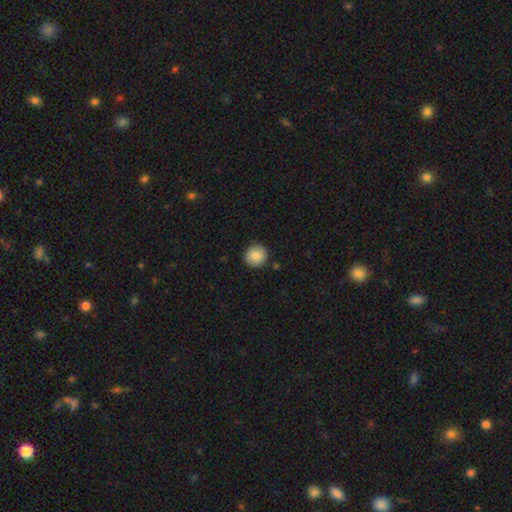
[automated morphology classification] This appears to be a smooth galaxy with no disk features (84%) that is round (93%). Merging: none (89%).